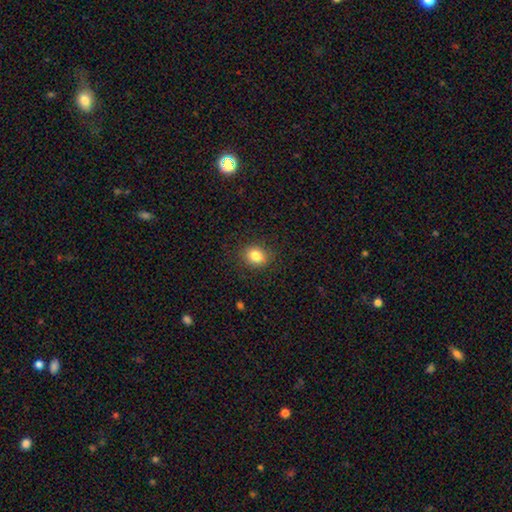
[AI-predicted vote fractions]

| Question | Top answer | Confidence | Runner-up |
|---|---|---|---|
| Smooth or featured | smooth | 83% | star or artifact (11%) |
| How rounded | round | 58% | in between (41%) |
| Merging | none | 86% | minor disturbance (10%) |